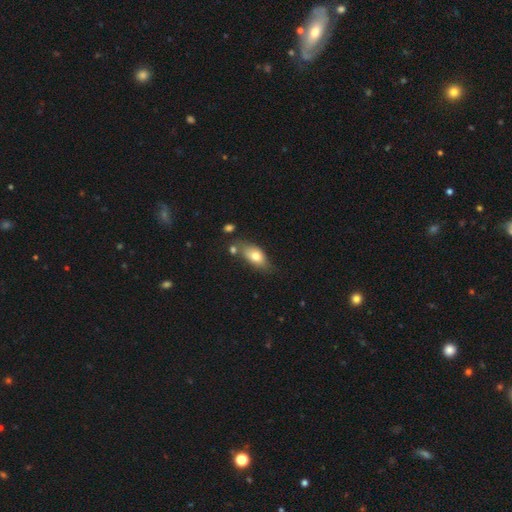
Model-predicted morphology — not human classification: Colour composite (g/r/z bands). It shows a smooth galaxy with no disk features (74%) that is in between round and cigar-shaped (86%). Merging: none (60%).